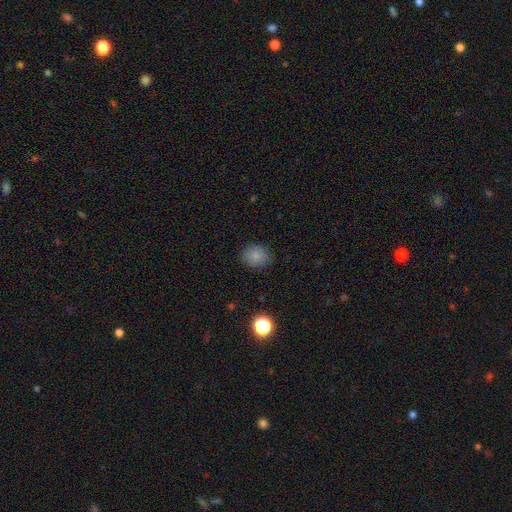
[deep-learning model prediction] The model was most divided on "how rounded": round: 63%, in between: 36%, cigar-shaped: 1%. More confident: merging — none (85%); smooth or featured — smooth (83%).